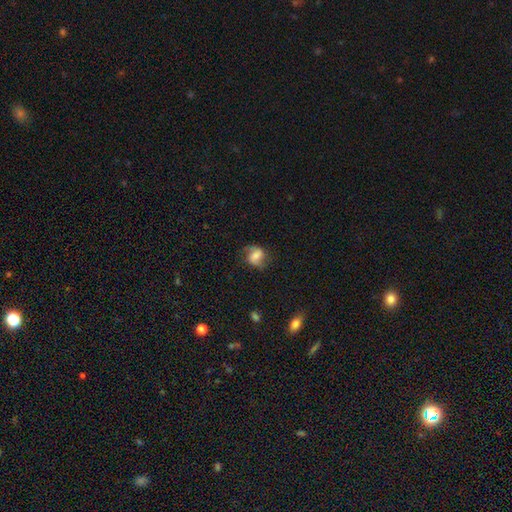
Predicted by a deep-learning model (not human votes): Smooth or featured? featured or disk (48%)
Merging? none (65%)